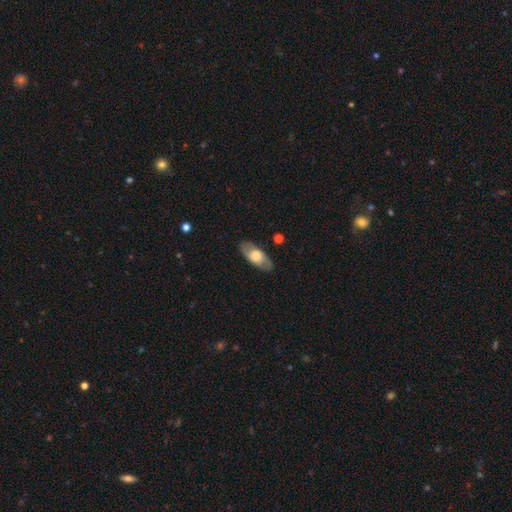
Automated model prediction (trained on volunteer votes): Smooth or featured? Predicted: smooth (p=0.58). How rounded? Predicted: in between (p=0.86). Merging? Predicted: none (p=0.85).